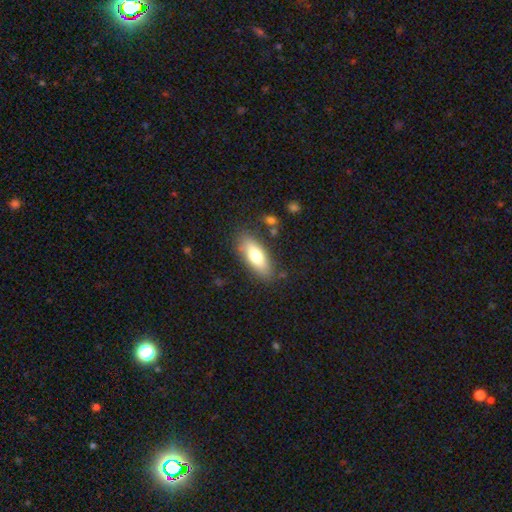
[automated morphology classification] A smooth galaxy with no disk features (70%) that is in between round and cigar-shaped (75%).

Vote fractions:
- Smooth or featured? smooth: 70% / featured or disk: 24% / star or artifact: 7%
- How rounded? in between: 75% / cigar-shaped: 23% / round: 3%
- Merging? none: 81% / minor disturbance: 13% / major disturbance: 4% / merger: 3%